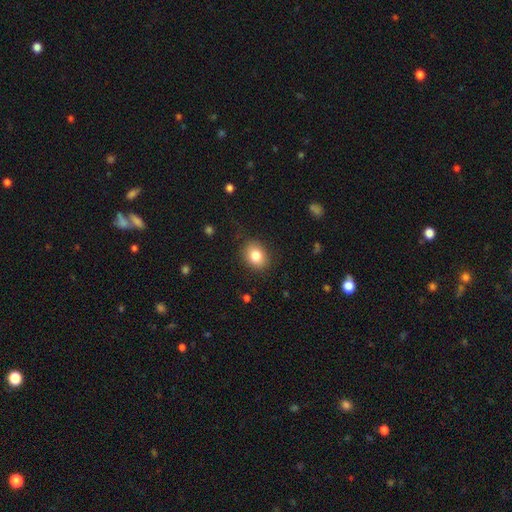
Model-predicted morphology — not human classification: The model was most divided on "how rounded": in between: 57%, round: 42%, cigar-shaped: 1%. More confident: merging — none (84%); smooth or featured — smooth (83%).